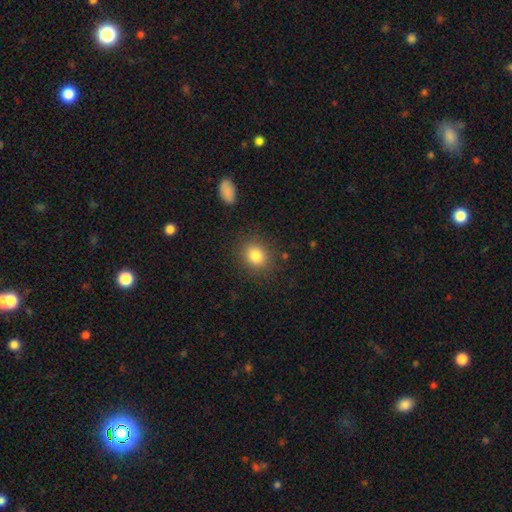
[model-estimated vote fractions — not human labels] smooth-or-featured: smooth: 83% | star or artifact: 11% | featured or disk: 7%
  how-rounded: round: 68% | in between: 31% | cigar-shaped: 1%
  merging: none: 86% | minor disturbance: 9% | major disturbance: 3% | merger: 2%